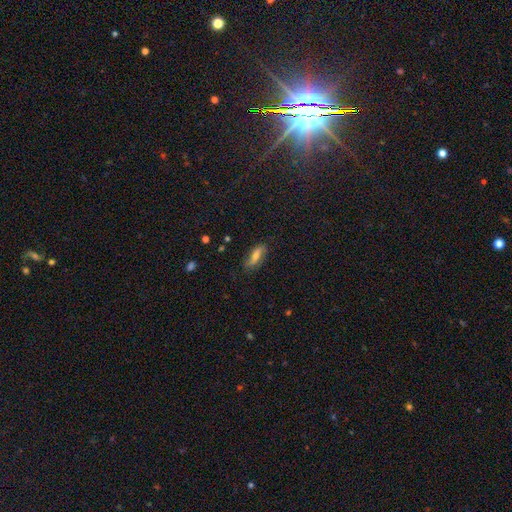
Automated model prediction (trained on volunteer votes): This appears to be a smooth galaxy with no disk features (46%). Merging: none (79%).